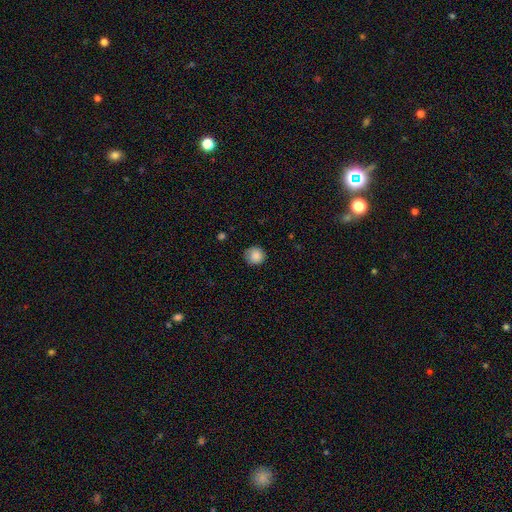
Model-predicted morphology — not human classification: This is clearly a smooth galaxy (86%). How rounded: clearly round (90%). Merging: likely none (78%).